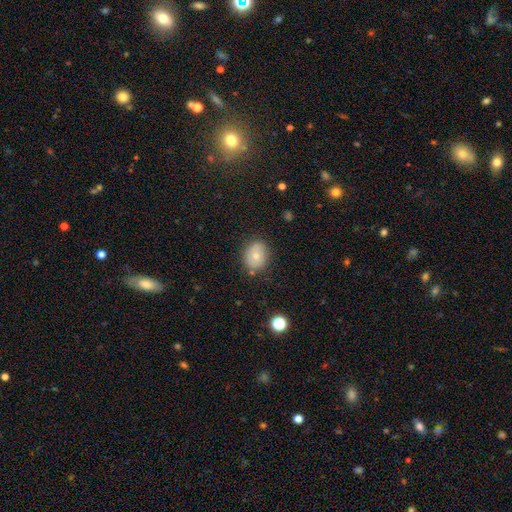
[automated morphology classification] Smooth or featured?
  - smooth: 69% *
  - featured or disk: 21%
  - star or artifact: 10%
How rounded?
  - round: 52% *
  - in between: 47%
  - cigar-shaped: 1%
Merging?
  - none: 77% *
  - minor disturbance: 16%
  - major disturbance: 4%
  - merger: 3%